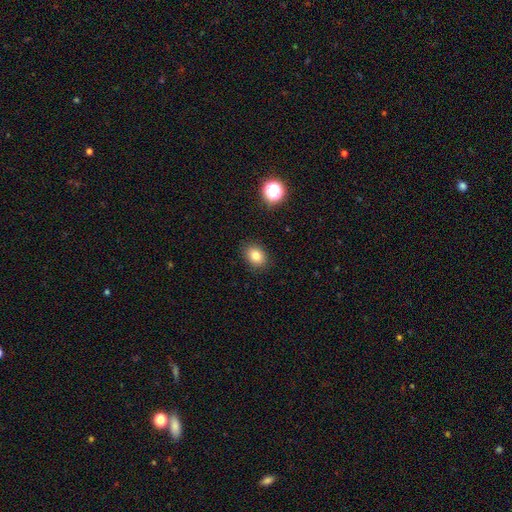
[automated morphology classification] smooth-or-featured: smooth: 81% | star or artifact: 12% | featured or disk: 7%
  how-rounded: in between: 57% | round: 42% | cigar-shaped: 1%
  merging: none: 88% | minor disturbance: 8% | major disturbance: 2% | merger: 1%